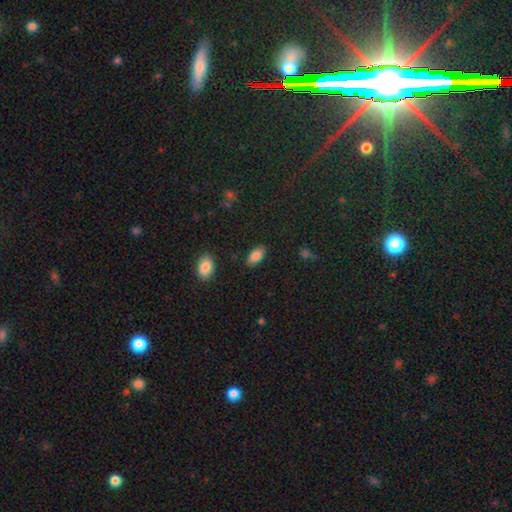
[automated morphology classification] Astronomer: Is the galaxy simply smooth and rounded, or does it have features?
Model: smooth — 86%.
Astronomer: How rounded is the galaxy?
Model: in between — 93%.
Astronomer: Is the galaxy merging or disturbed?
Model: none — 86%.